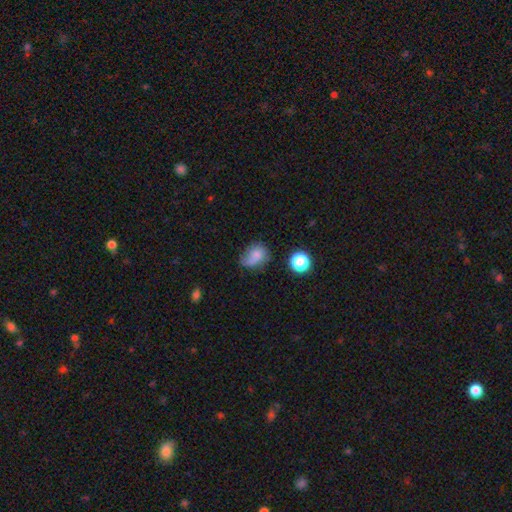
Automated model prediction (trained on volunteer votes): The model was most divided on "merging": none: 39%, minor disturbance: 35%, major disturbance: 20%, merger: 6%. More confident: smooth or featured — smooth (69%); how rounded — in between (55%).